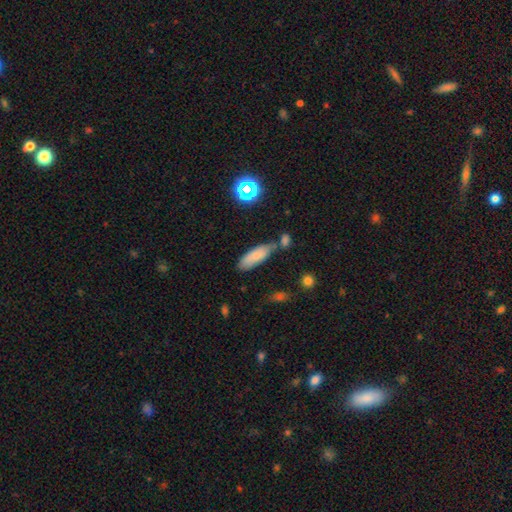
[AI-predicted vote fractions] A smooth galaxy with no disk features (76%) that is in between round and cigar-shaped (56%). Merging: none (59%).